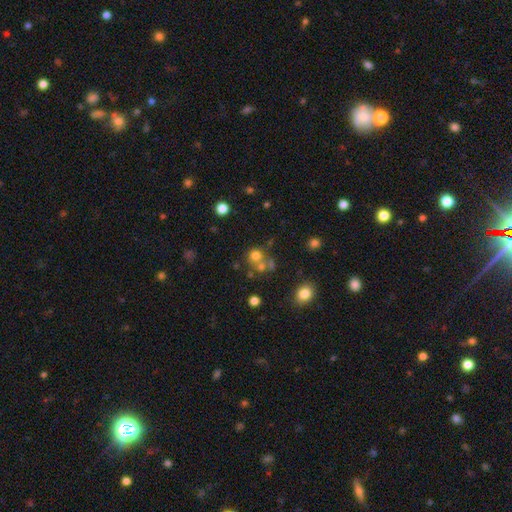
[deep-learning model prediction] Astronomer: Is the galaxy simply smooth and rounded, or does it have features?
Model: smooth — 69%.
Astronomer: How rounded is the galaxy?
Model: round — 86%.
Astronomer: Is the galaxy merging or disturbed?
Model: none — 52% (runner-up: merger, 33%).